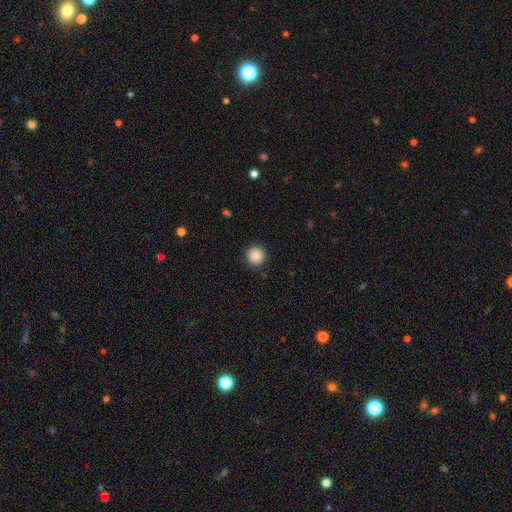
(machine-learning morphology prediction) smooth_or_featured: smooth (p=0.88) [alt: star or artifact p=0.09]
how_rounded: round (p=0.96) [alt: in between p=0.03]
merging: none (p=0.90) [alt: minor disturbance p=0.07]